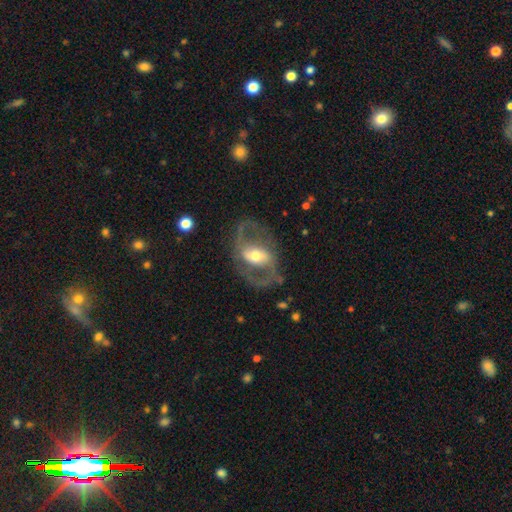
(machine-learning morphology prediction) The model was most divided on "bar": weak: 38%, strong: 37%, no: 25%. More confident: edge-on disk — no (95%); spiral arm count — 2 (89%); smooth or featured — featured or disk (83%); spiral arms — yes (81%); merging — none (74%); bulge size — moderate (65%); spiral winding — medium (53%).